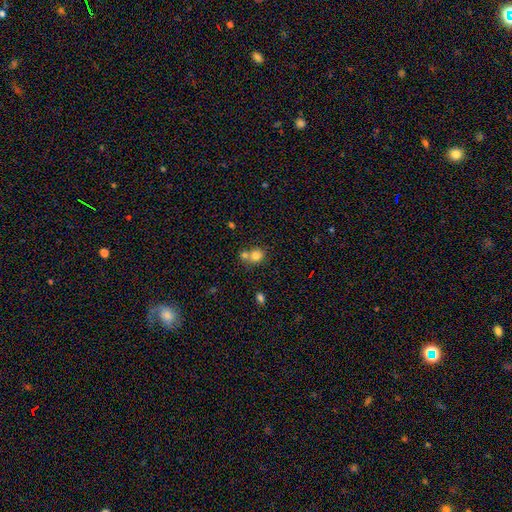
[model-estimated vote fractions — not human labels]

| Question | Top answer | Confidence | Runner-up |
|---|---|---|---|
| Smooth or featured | smooth | 78% | star or artifact (11%) |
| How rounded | round | 76% | in between (23%) |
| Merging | merger | 46% | none (43%) |